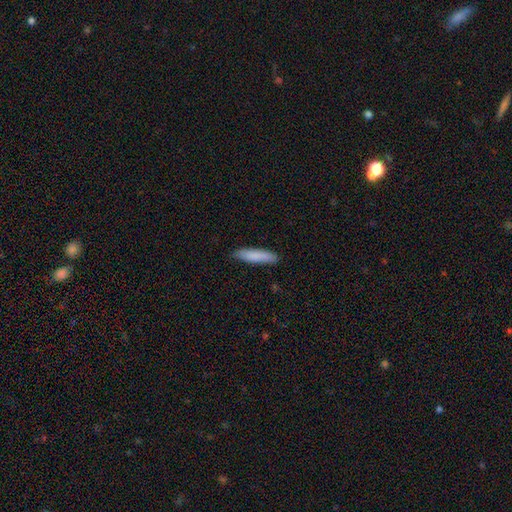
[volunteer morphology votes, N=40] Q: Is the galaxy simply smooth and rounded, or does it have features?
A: smooth — 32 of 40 (80%).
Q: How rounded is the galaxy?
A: cigar-shaped — 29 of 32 (91%).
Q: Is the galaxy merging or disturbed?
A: none — 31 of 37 (84%).